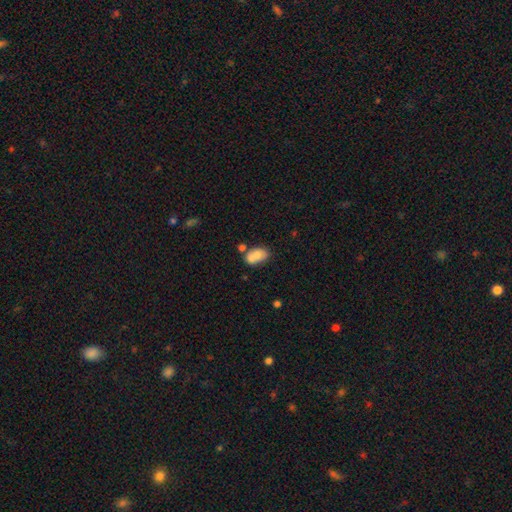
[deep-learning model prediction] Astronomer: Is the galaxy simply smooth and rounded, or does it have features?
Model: smooth — 74%.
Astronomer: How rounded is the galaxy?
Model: in between — 88%.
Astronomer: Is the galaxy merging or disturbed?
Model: none — 44% (runner-up: merger, 29%).